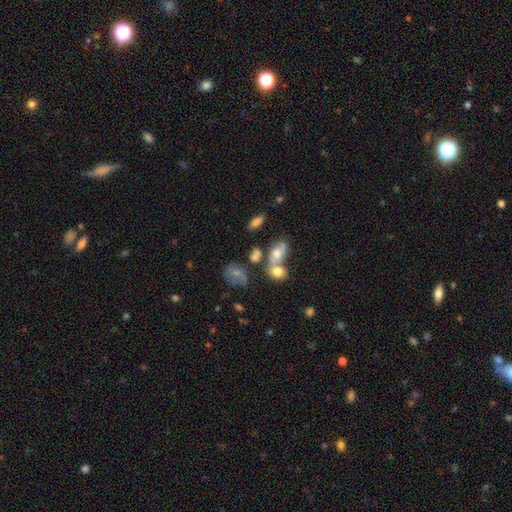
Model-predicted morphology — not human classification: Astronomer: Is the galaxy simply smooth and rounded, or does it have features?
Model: smooth — 58%.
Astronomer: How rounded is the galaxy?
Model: in between — 68%.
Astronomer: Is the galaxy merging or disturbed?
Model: merger — 38% (runner-up: none, 34%).